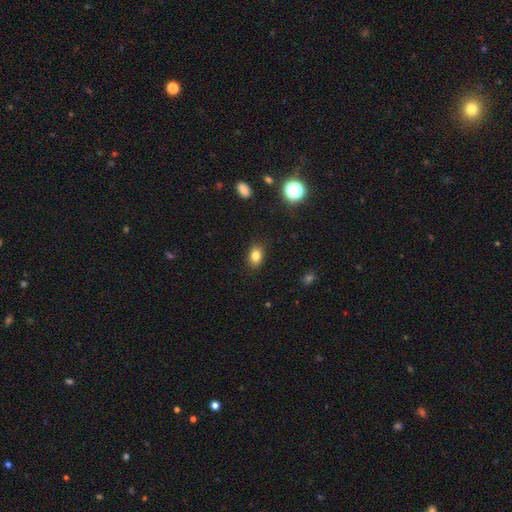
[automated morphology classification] The model was most divided on "how rounded": in between: 78%, round: 20%, cigar-shaped: 2%. More confident: merging — none (87%); smooth or featured — smooth (81%).